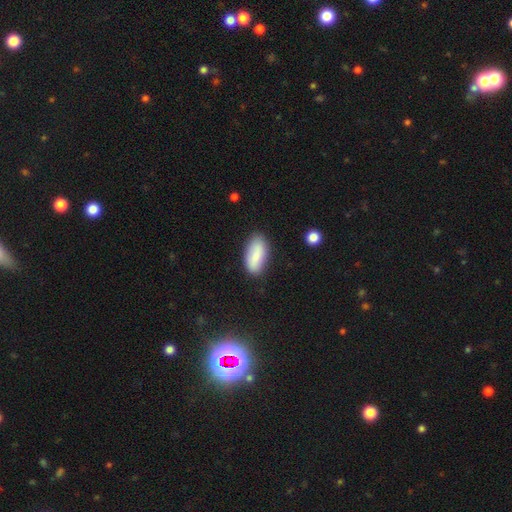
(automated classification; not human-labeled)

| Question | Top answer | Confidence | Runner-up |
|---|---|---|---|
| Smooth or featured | smooth | 82% | featured or disk (12%) |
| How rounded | in between | 90% | cigar-shaped (8%) |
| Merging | none | 81% | minor disturbance (14%) |